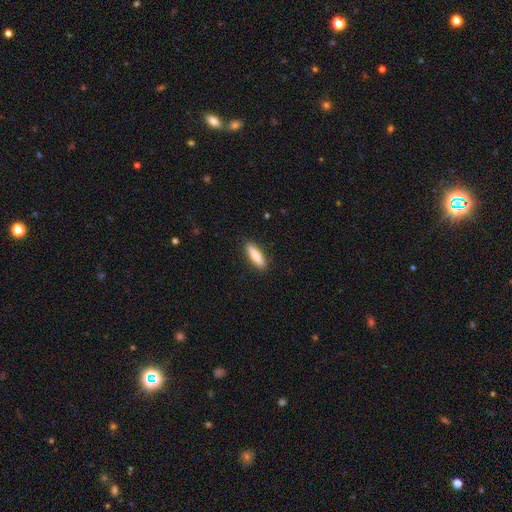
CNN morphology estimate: Q: Smooth or featured?
A: smooth (67%); runner-up: featured or disk (27%)
Q: How rounded?
A: cigar-shaped (67%); runner-up: in between (31%)
Q: Merging?
A: none (90%); runner-up: minor disturbance (8%)